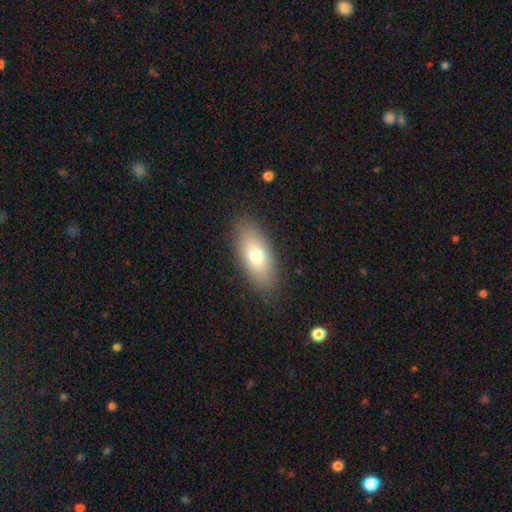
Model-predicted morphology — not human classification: smooth 72%, featured or disk 20%, star or artifact 8%. Down the decision tree: how rounded — in between (82%); merging — none (87%).